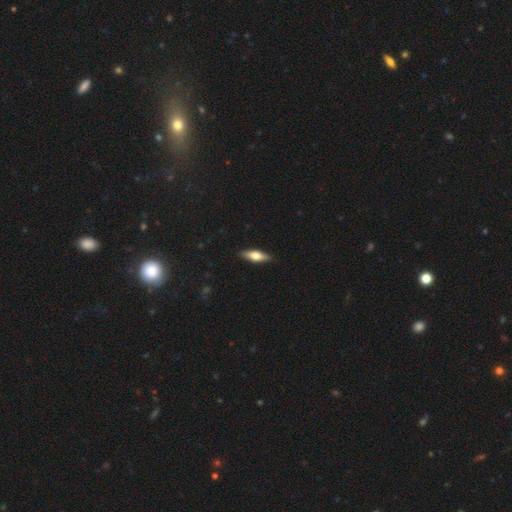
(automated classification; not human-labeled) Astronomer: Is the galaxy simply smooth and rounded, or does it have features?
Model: smooth — 50% (runner-up: featured or disk, 44%).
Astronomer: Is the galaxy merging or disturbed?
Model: none — 89%.